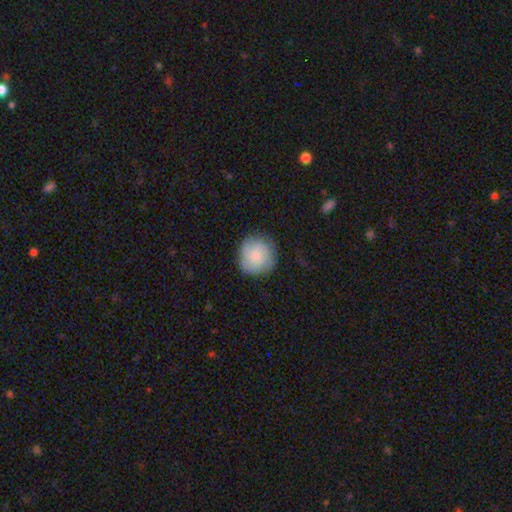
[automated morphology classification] Smooth or featured?
  - smooth: 61% *
  - featured or disk: 32%
  - star or artifact: 7%
How rounded?
  - round: 92% *
  - in between: 7%
  - cigar-shaped: 1%
Merging?
  - none: 79% *
  - minor disturbance: 15%
  - major disturbance: 5%
  - merger: 1%